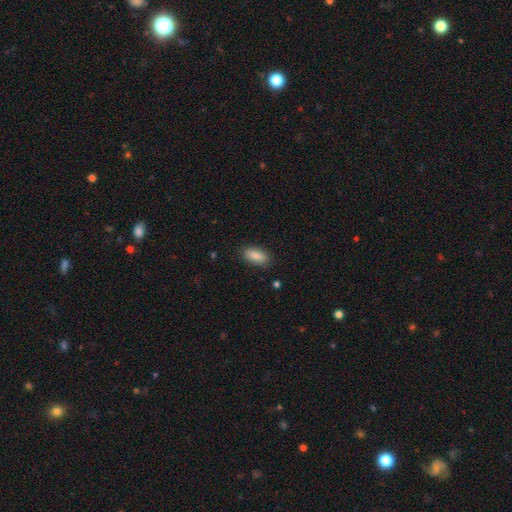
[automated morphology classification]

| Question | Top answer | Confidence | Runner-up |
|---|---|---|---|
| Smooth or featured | smooth | 87% | star or artifact (7%) |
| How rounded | in between | 87% | cigar-shaped (10%) |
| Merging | none | 87% | minor disturbance (10%) |